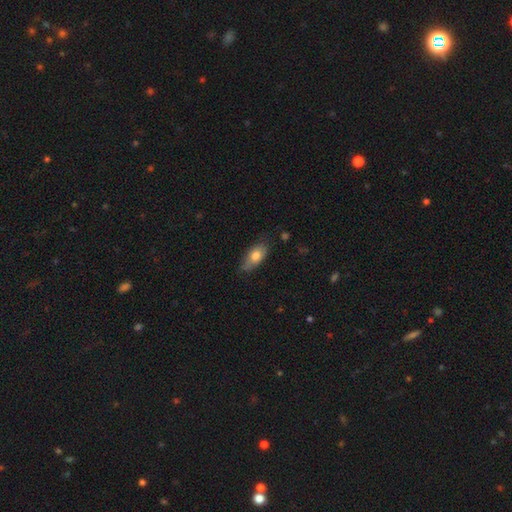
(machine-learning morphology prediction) Smooth or featured? smooth (73%)
How rounded? in between (87%)
Merging? none (67%)